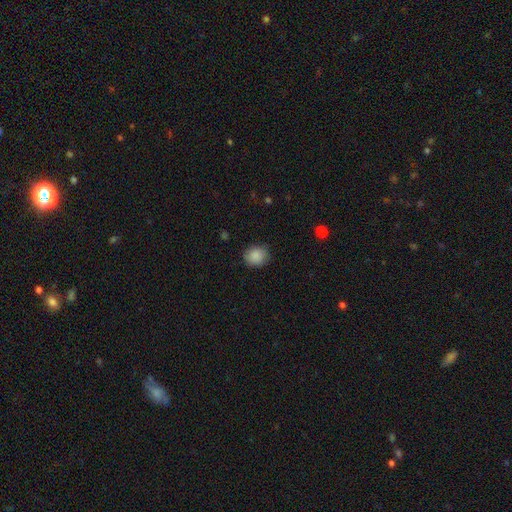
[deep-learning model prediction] smooth 88%, star or artifact 8%, featured or disk 4%. Down the decision tree: how rounded — round (72%); merging — none (83%).